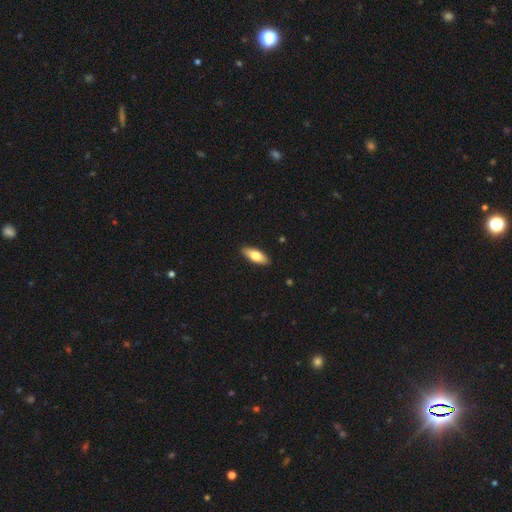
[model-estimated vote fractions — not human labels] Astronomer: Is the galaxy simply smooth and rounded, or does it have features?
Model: smooth — 75%.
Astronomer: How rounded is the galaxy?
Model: in between — 74%.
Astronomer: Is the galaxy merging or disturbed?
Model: none — 90%.